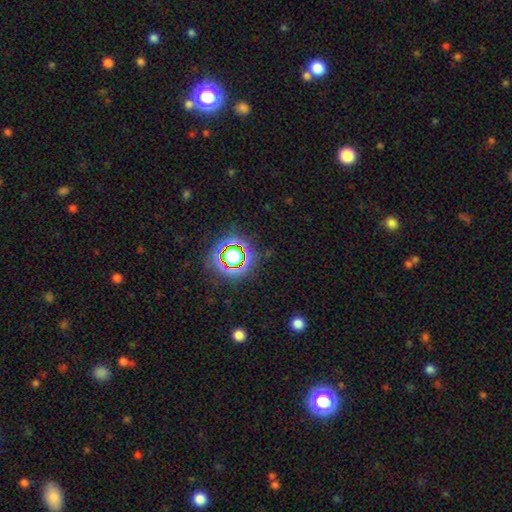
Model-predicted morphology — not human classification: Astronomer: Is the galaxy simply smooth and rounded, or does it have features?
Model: star or artifact — 76%.